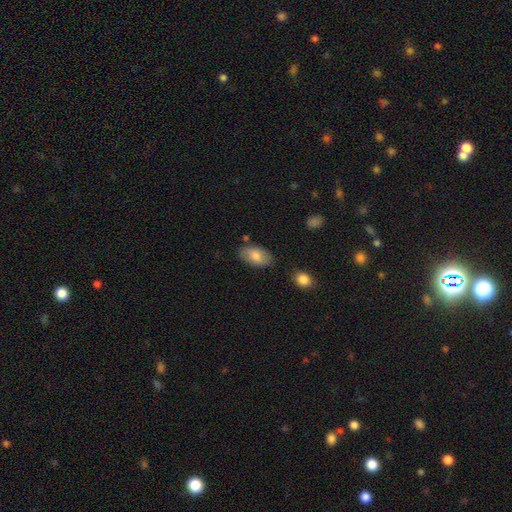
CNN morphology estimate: Smooth or featured?
  - smooth: 80% *
  - featured or disk: 14%
  - star or artifact: 6%
How rounded?
  - in between: 94% *
  - round: 4%
  - cigar-shaped: 2%
Merging?
  - none: 79% *
  - minor disturbance: 14%
  - merger: 4%
  - major disturbance: 3%